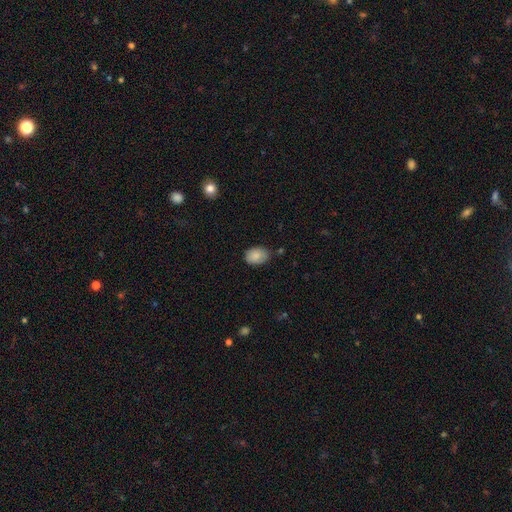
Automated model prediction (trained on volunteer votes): Smooth or featured: smooth — 84% (featured or disk — 8%)
How rounded: in between — 81% (round — 18%)
Merging: none — 77% (minor disturbance — 18%)